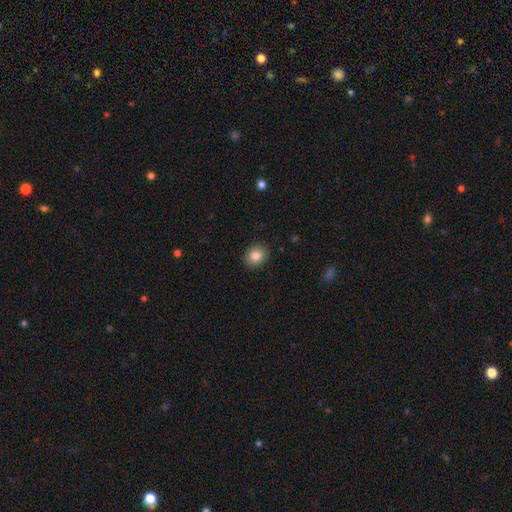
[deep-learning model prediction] smooth 84%, star or artifact 9%, featured or disk 7%. Down the decision tree: how rounded — round (72%); merging — none (90%).